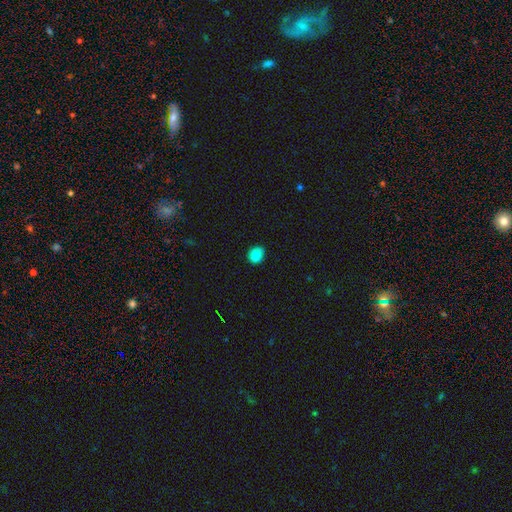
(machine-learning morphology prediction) The model was most divided on "how rounded": round: 59%, in between: 40%, cigar-shaped: 1%. More confident: merging — none (87%); smooth or featured — smooth (86%).